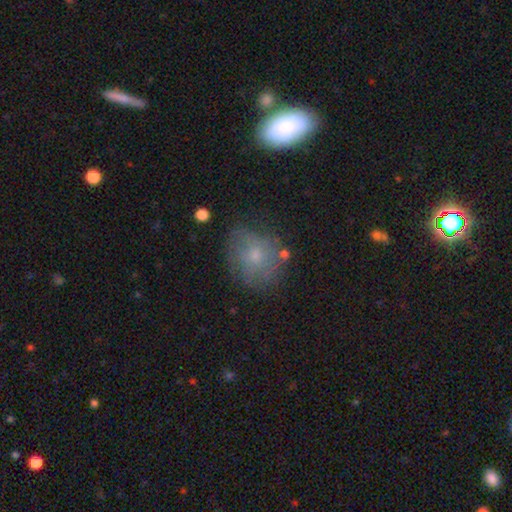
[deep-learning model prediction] The model was most divided on "smooth or featured": smooth: 55%, featured or disk: 33%, star or artifact: 12%. More confident: how rounded — round (65%); merging — none (63%).